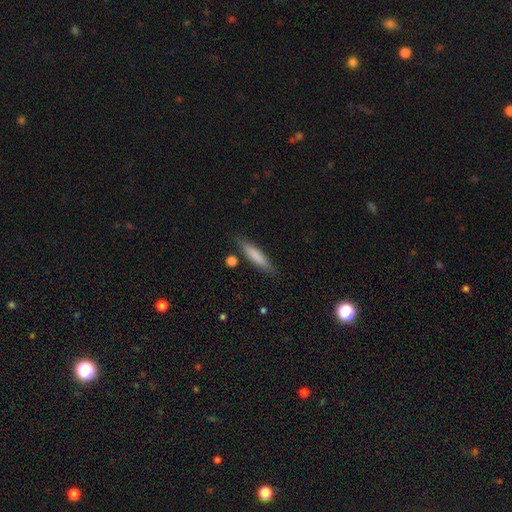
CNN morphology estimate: Smooth or featured? Predicted: smooth (p=0.78). How rounded? Predicted: cigar-shaped (p=0.81). Merging? Predicted: none (p=0.82).